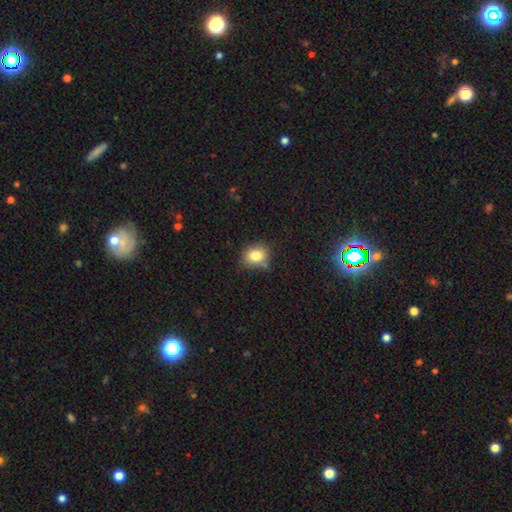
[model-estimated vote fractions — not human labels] Smooth or featured: smooth — 81% (star or artifact — 10%)
How rounded: round — 55% (in between — 44%)
Merging: none — 73% (minor disturbance — 18%)